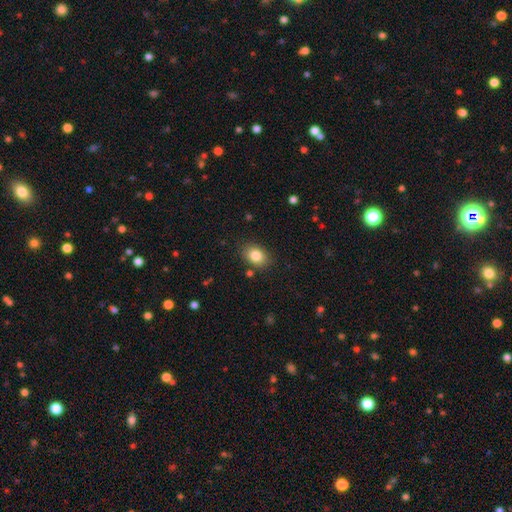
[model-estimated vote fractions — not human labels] smooth 83%, star or artifact 9%, featured or disk 7%. Down the decision tree: how rounded — in between (67%); merging — none (84%).